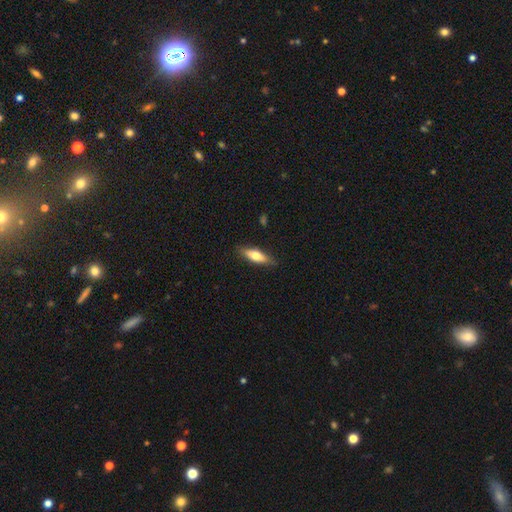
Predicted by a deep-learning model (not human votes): Smooth or featured? smooth (62%)
How rounded? cigar-shaped (49%, tied with in between)
Merging? none (85%)